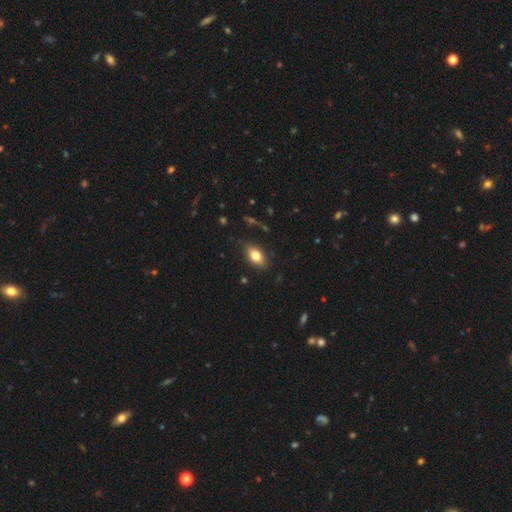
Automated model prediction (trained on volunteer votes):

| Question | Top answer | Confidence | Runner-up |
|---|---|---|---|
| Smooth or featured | smooth | 77% | featured or disk (14%) |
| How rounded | in between | 87% | round (8%) |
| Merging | none | 82% | minor disturbance (14%) |